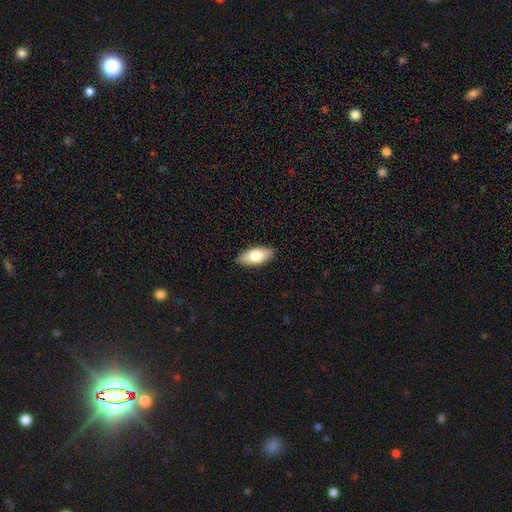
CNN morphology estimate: A smooth galaxy with no disk features (78%) that is in between round and cigar-shaped (88%).

Vote fractions:
- Smooth or featured? smooth: 78% / featured or disk: 16% / star or artifact: 6%
- How rounded? in between: 88% / cigar-shaped: 10% / round: 2%
- Merging? none: 89% / minor disturbance: 8% / major disturbance: 2% / merger: 1%